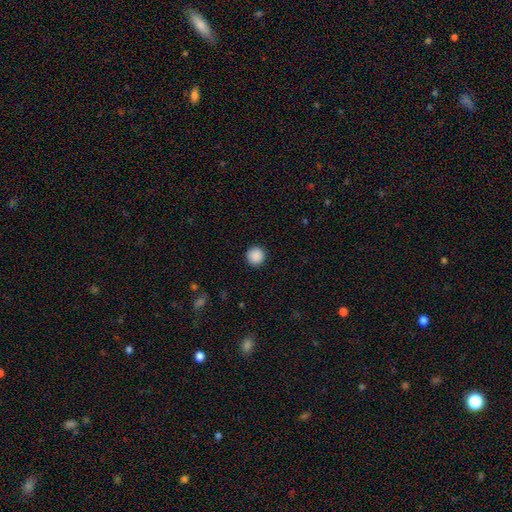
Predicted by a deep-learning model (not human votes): A smooth galaxy with no disk features (89%) that is round (95%). Merging: none (93%).